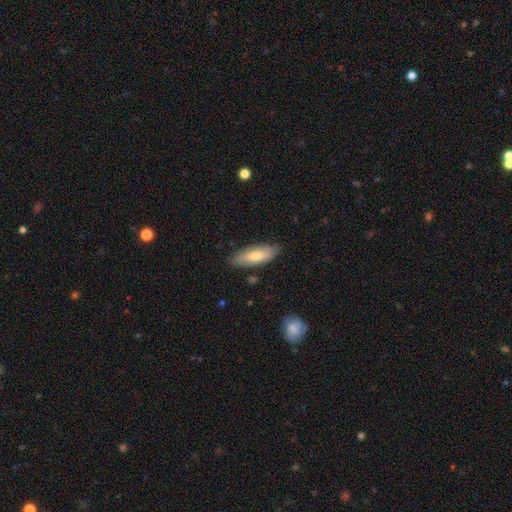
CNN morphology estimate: A smooth galaxy with no disk features (67%) that is in between round and cigar-shaped (62%).

Vote fractions:
- Smooth or featured? smooth: 67% / featured or disk: 27% / star or artifact: 6%
- How rounded? in between: 62% / cigar-shaped: 35% / round: 2%
- Merging? none: 85% / minor disturbance: 12% / major disturbance: 2% / merger: 2%